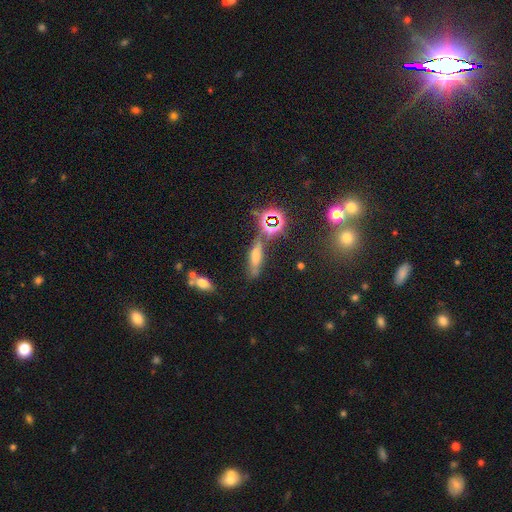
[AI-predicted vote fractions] Morphology: type=smooth (51%); roundness=cigar-shaped (56%); merging=none (59%).